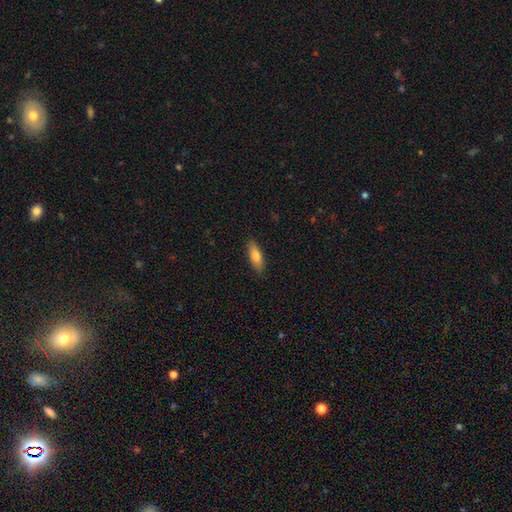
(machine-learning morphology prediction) smooth-or-featured: smooth: 79% | featured or disk: 15% | star or artifact: 6%
  how-rounded: in between: 59% | cigar-shaped: 39% | round: 2%
  merging: none: 87% | minor disturbance: 10% | major disturbance: 2% | merger: 1%